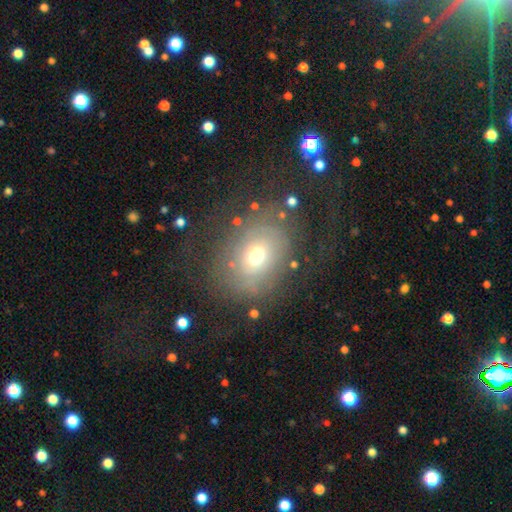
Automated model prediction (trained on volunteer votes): The model was most divided on "smooth or featured": smooth: 46%, featured or disk: 41%, star or artifact: 13%. More confident: merging — none (61%).